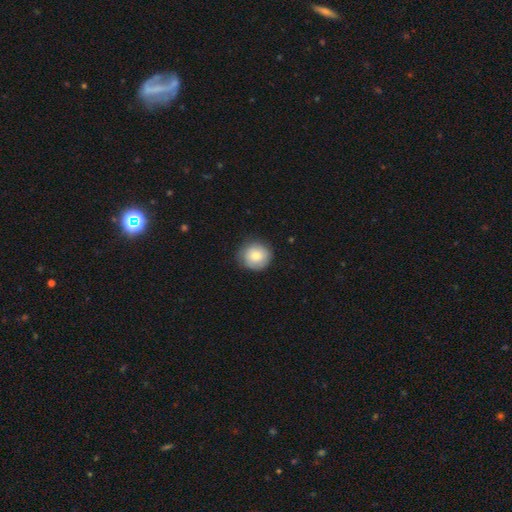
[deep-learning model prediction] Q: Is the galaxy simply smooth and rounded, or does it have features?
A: smooth — 81%.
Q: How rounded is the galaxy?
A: round — 90%.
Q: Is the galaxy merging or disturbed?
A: none — 81%.